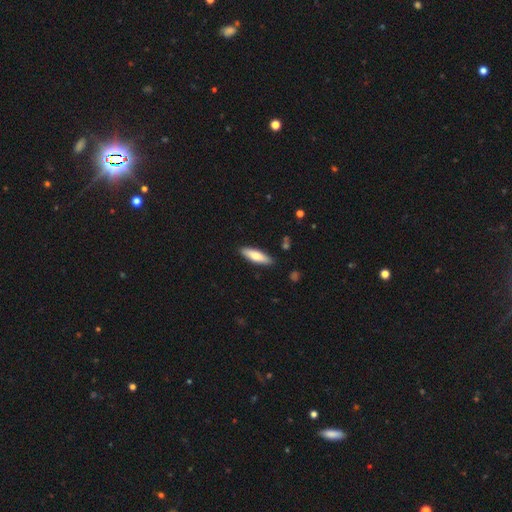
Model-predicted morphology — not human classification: smooth_or_featured: smooth (p=0.69) [alt: featured or disk p=0.25]
how_rounded: cigar-shaped (p=0.59) [alt: in between p=0.39]
merging: none (p=0.89) [alt: minor disturbance p=0.08]